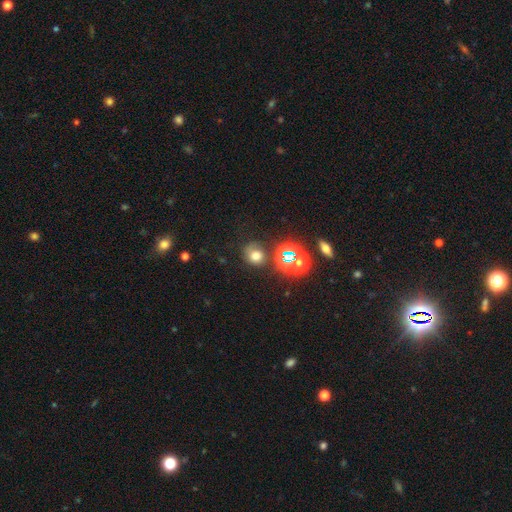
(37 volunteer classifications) Smooth or featured? 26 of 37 (70%) said smooth. How rounded? 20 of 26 (77%) said round. Merging? 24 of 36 (67%) said none.